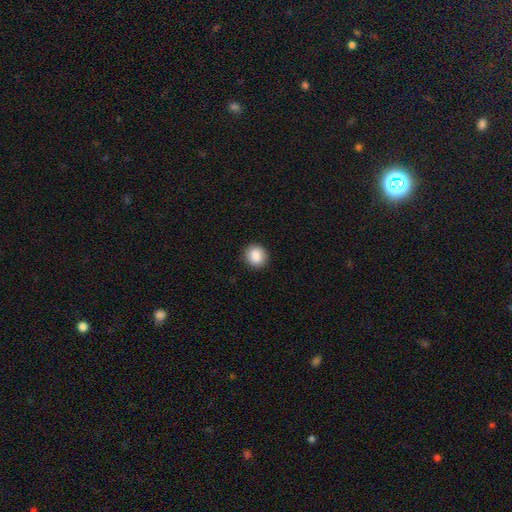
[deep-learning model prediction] Q: Smooth or featured?
A: smooth (88%); runner-up: star or artifact (8%)
Q: How rounded?
A: round (82%); runner-up: in between (17%)
Q: Merging?
A: none (90%); runner-up: minor disturbance (7%)